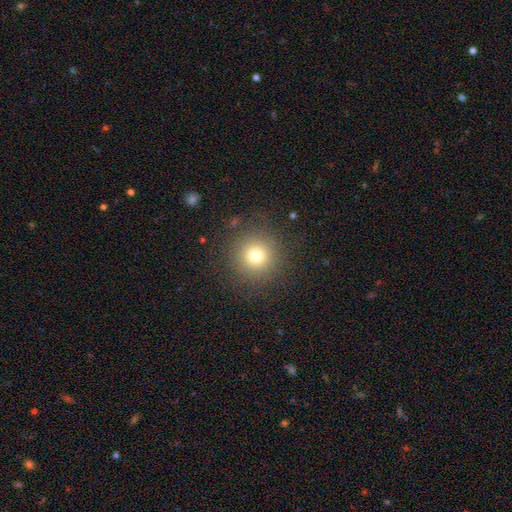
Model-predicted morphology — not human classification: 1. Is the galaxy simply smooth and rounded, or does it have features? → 75% smooth, 15% star or artifact, 10% featured or disk.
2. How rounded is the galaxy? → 95% round, 4% in between, 1% cigar-shaped.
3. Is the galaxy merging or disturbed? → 86% none, 8% minor disturbance, 5% major disturbance, 1% merger.